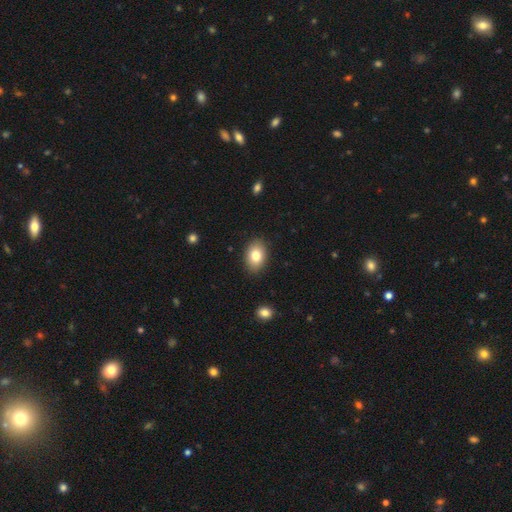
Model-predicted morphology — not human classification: smooth_or_featured: smooth (p=0.81) [alt: featured or disk p=0.11]
how_rounded: in between (p=0.84) [alt: round p=0.15]
merging: none (p=0.88) [alt: minor disturbance p=0.09]